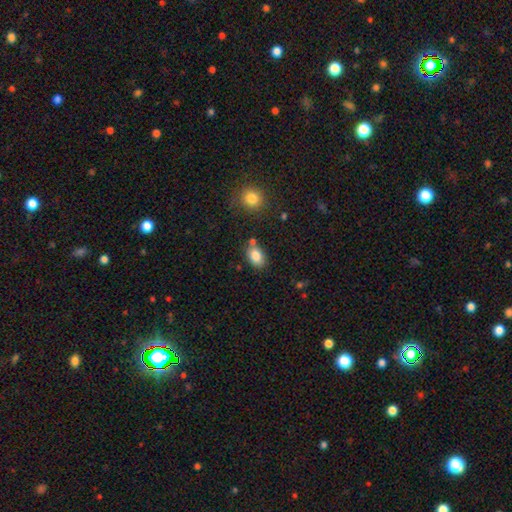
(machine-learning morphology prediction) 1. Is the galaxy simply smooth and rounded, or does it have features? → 84% smooth, 8% star or artifact, 7% featured or disk.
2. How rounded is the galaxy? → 81% in between, 17% round, 1% cigar-shaped.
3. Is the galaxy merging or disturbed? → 70% none, 15% minor disturbance, 11% merger, 4% major disturbance.